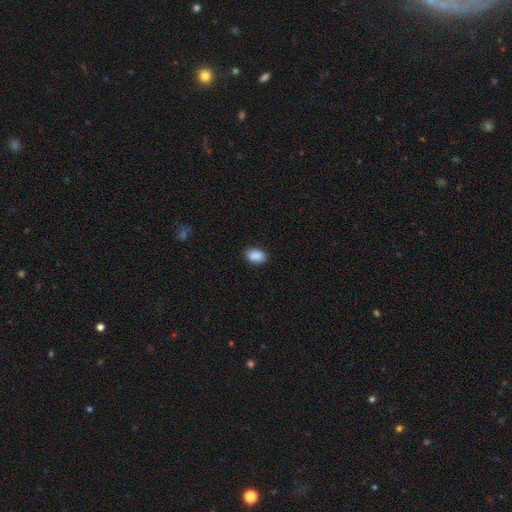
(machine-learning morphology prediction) Smooth or featured: smooth — 89% (star or artifact — 8%)
How rounded: in between — 83% (round — 16%)
Merging: none — 86% (minor disturbance — 11%)